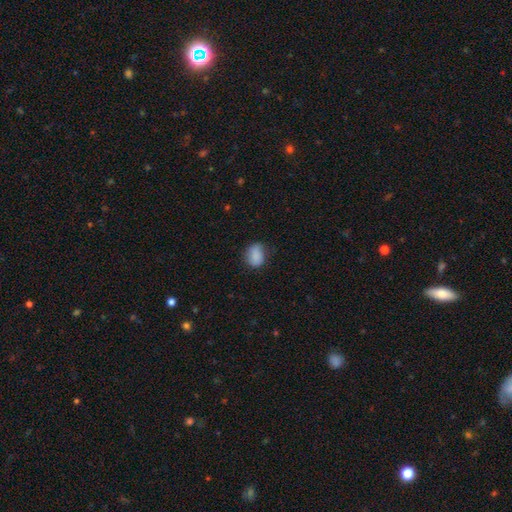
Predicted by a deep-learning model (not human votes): A smooth galaxy with no disk features (85%) that is in between round and cigar-shaped (63%). Merging: none (64%).